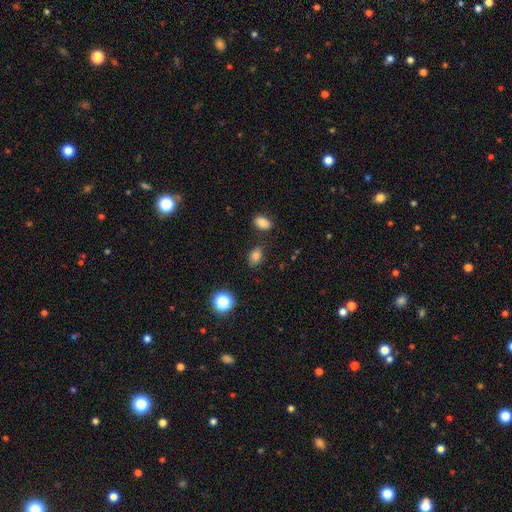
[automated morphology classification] A smooth galaxy with no disk features (80%) that is in between round and cigar-shaped (76%). Merging: none (77%).